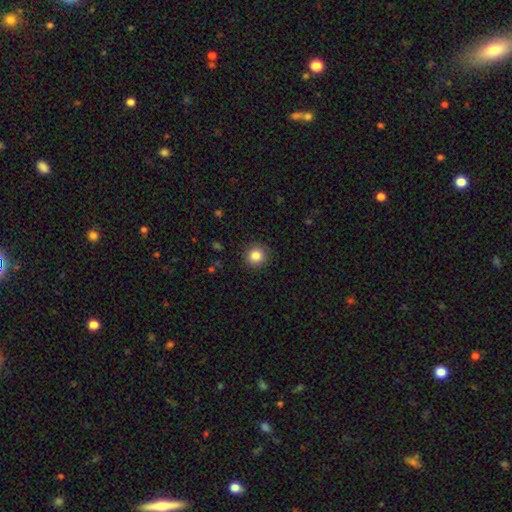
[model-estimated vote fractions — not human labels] This appears to be a smooth galaxy with no disk features (85%) that is round (94%). Merging: none (90%).